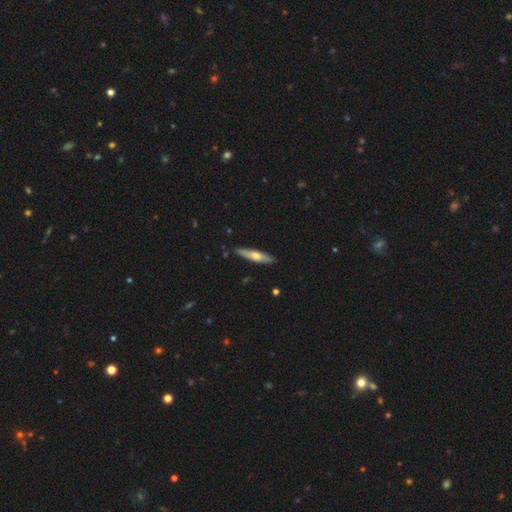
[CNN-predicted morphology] This is possibly a smooth galaxy (52%). How rounded: clearly cigar-shaped (84%). Merging: clearly none (86%).